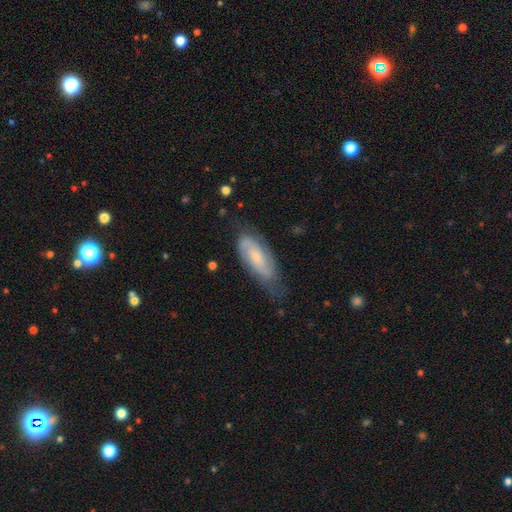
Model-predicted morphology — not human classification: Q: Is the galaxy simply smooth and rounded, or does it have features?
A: featured or disk — 65%.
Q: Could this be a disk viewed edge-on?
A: no — 91%.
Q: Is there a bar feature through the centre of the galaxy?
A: no — 58%.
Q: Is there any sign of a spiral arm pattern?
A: yes — 91%.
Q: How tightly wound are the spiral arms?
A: medium — 43%.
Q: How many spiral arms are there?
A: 2 — 72%.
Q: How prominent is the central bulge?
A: small — 59%.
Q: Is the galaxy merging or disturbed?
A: none — 62%.